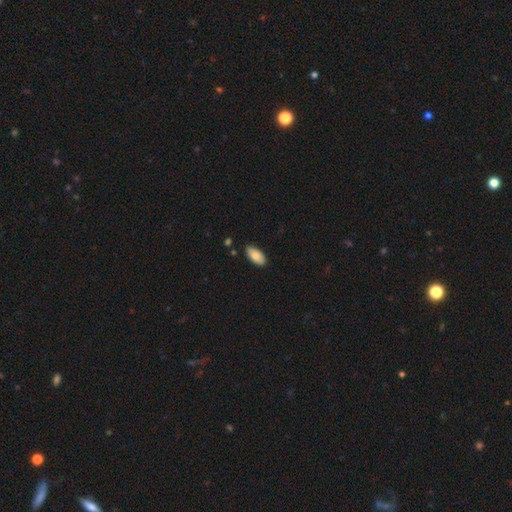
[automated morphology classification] Smooth or featured?
  - smooth: 83% *
  - featured or disk: 10%
  - star or artifact: 6%
How rounded?
  - in between: 94% *
  - cigar-shaped: 4%
  - round: 2%
Merging?
  - none: 81% *
  - minor disturbance: 15%
  - major disturbance: 2%
  - merger: 2%